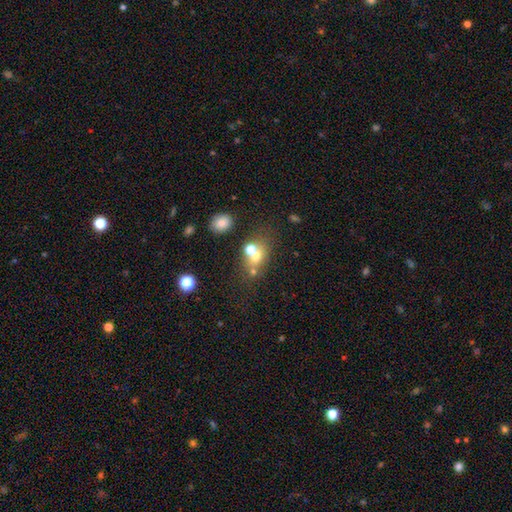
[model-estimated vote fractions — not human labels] smooth_or_featured: smooth (p=0.61) [alt: featured or disk p=0.22]
how_rounded: round (p=0.52) [alt: in between p=0.46]
merging: merger (p=0.44) [alt: none p=0.40]